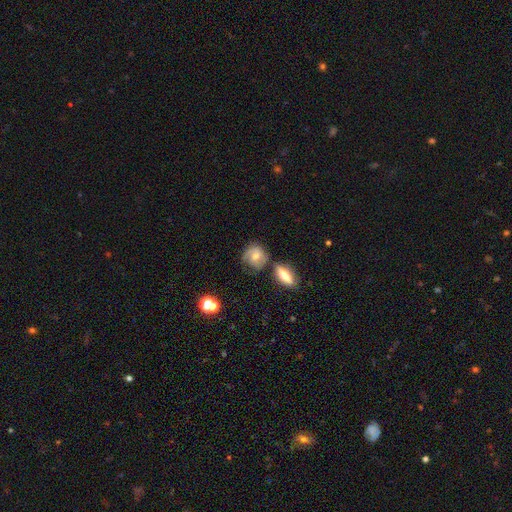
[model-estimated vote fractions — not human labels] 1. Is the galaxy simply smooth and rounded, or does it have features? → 47% featured or disk, 44% smooth, 9% star or artifact.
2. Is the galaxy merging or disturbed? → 54% none, 23% minor disturbance, 14% merger, 10% major disturbance.